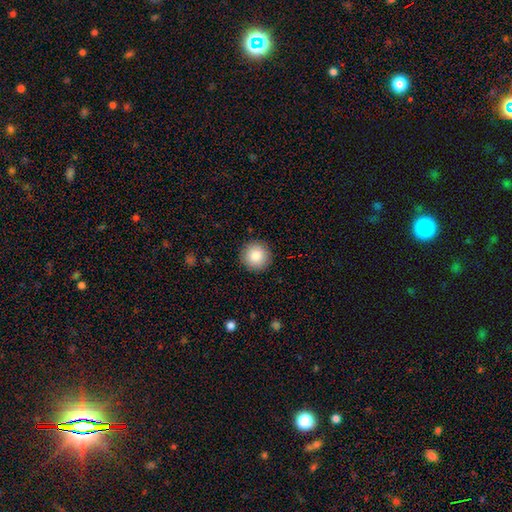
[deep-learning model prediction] Smooth or featured? smooth (85%)
How rounded? round (95%)
Merging? none (92%)